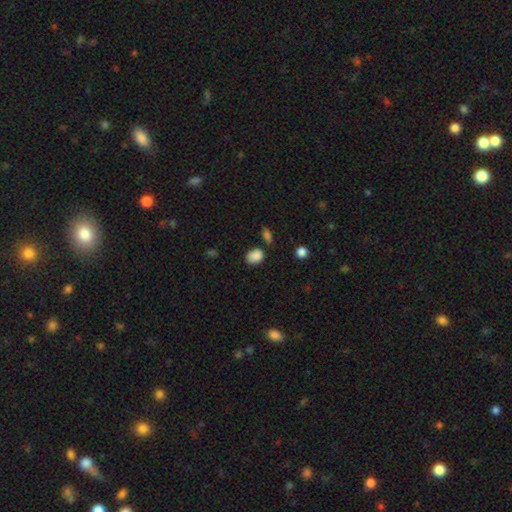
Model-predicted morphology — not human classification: The model was most divided on "how rounded": in between: 59%, round: 40%, cigar-shaped: 1%. More confident: smooth or featured — smooth (86%); merging — none (69%).